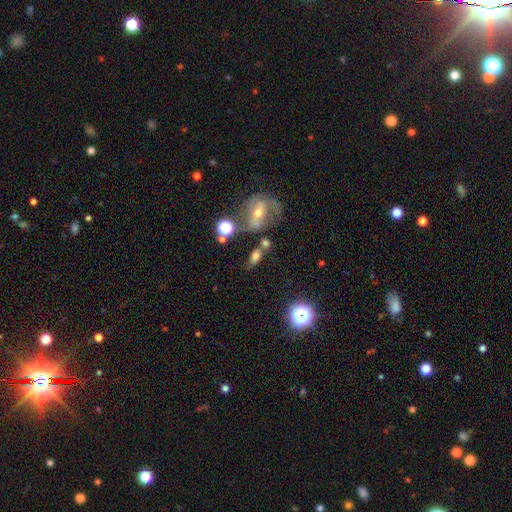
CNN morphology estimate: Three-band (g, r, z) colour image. It shows a smooth galaxy with no disk features (59%) that is in between round and cigar-shaped (77%). Merging: none (53%).